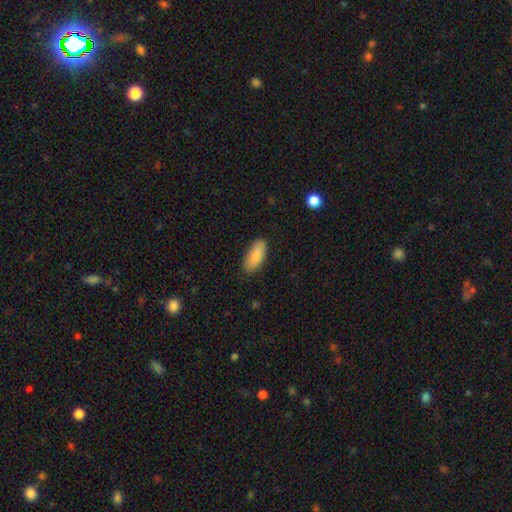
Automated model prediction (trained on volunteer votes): Smooth or featured? smooth (88%)
How rounded? in between (84%)
Merging? none (83%)